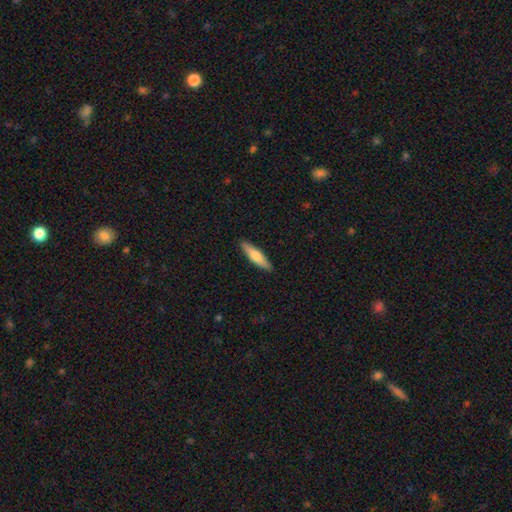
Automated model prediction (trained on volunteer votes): This appears to be a smooth galaxy with no disk features (66%) that is cigar-shaped (77%). Merging: none (89%).